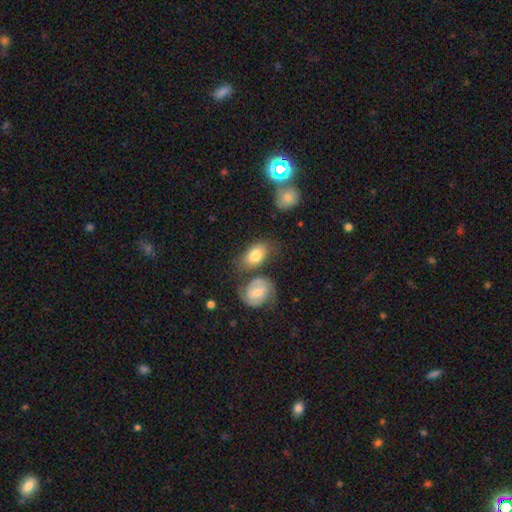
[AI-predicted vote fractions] smooth-or-featured: smooth: 76% | featured or disk: 17% | star or artifact: 7%
  how-rounded: in between: 85% | round: 13% | cigar-shaped: 2%
  merging: none: 54% | minor disturbance: 20% | merger: 19% | major disturbance: 7%